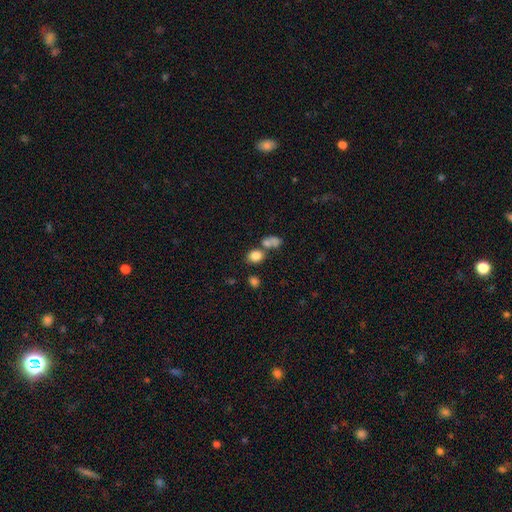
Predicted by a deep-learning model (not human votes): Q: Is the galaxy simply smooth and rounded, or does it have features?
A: smooth — 81%.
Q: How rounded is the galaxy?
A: round — 54%.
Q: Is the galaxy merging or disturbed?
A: none — 56%.